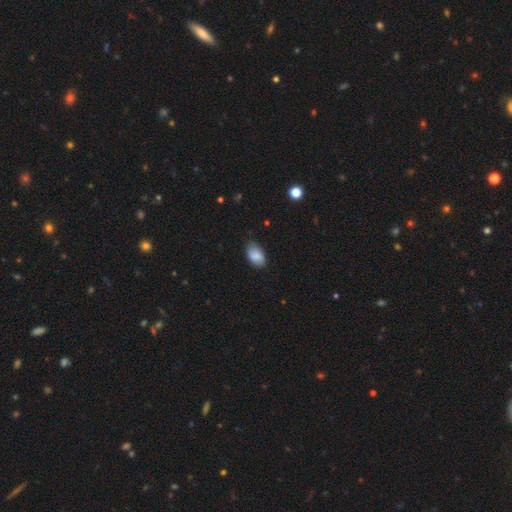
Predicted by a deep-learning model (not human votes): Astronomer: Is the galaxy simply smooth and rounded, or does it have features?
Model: smooth — 85%.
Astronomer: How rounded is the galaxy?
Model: in between — 92%.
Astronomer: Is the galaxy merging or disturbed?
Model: none — 75%.